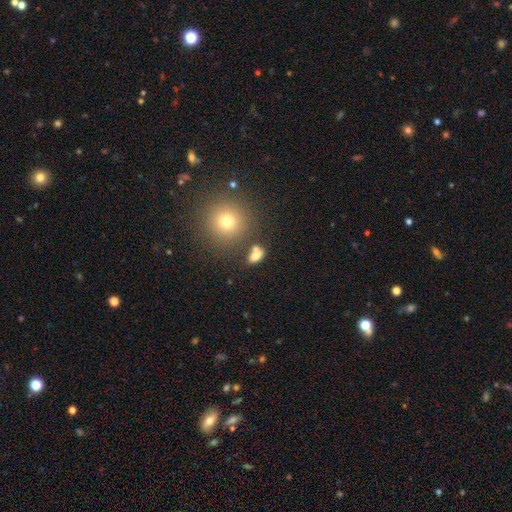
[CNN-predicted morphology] smooth-or-featured: smooth: 75% | star or artifact: 14% | featured or disk: 12%
  how-rounded: in between: 74% | round: 22% | cigar-shaped: 4%
  merging: none: 56% | merger: 23% | minor disturbance: 14% | major disturbance: 7%